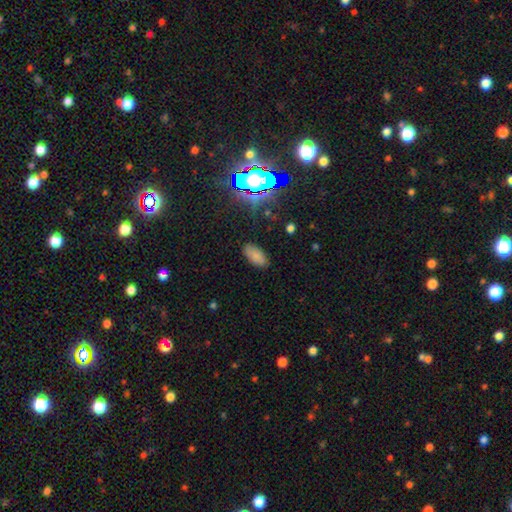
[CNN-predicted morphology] type=smooth (79%); roundness=in between (92%); merging=none (83%).